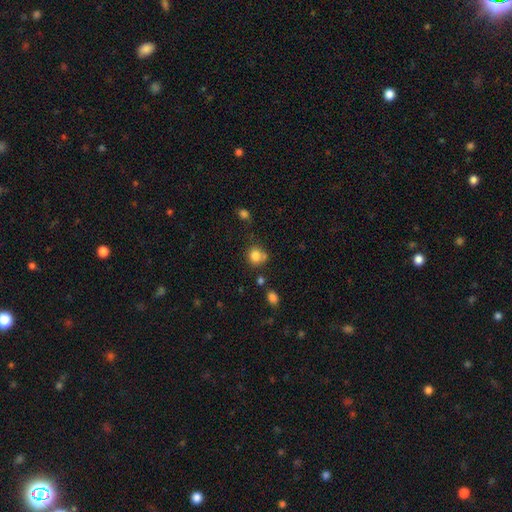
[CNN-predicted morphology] The model was most divided on "merging": none: 58%, minor disturbance: 19%, merger: 16%, major disturbance: 7%. More confident: smooth or featured — smooth (81%); how rounded — round (80%).